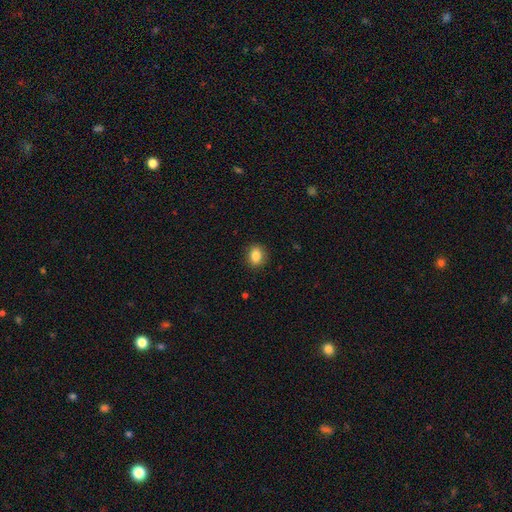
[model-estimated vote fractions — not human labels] Smooth or featured? Predicted: smooth (p=0.85). How rounded? Predicted: round (p=0.54). Merging? Predicted: none (p=0.89).